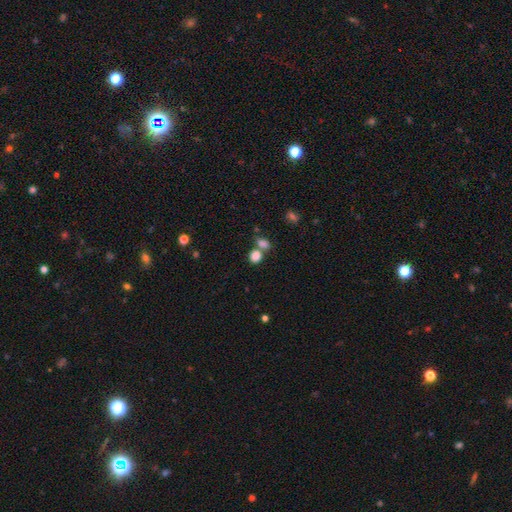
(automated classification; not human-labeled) Smooth or featured? smooth (83%)
How rounded? round (65%)
Merging? none (49%)